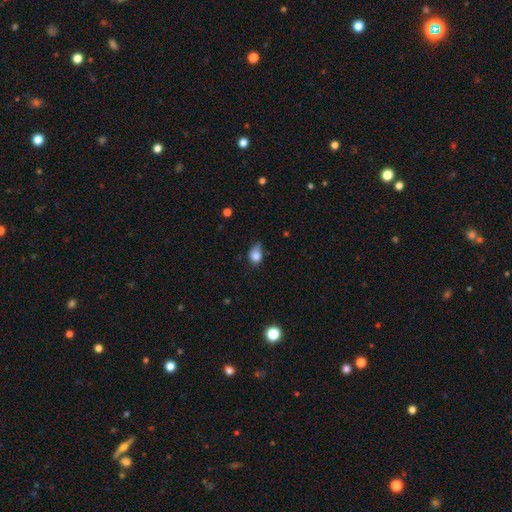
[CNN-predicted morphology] A smooth galaxy with no disk features (81%) that is in between round and cigar-shaped (67%). Merging: minor disturbance (46%).